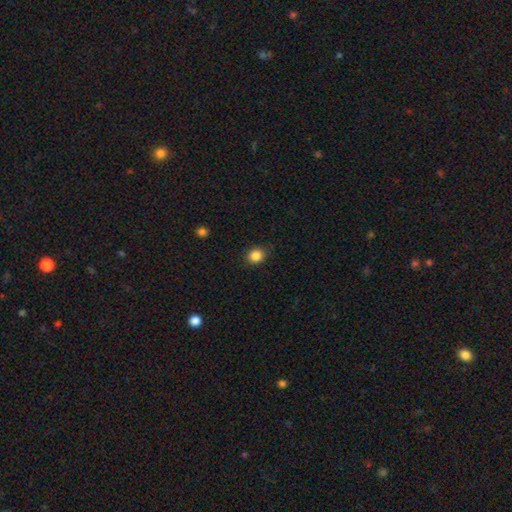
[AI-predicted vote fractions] Smooth or featured: smooth — 86% (star or artifact — 10%)
How rounded: round — 73% (in between — 26%)
Merging: none — 85% (minor disturbance — 11%)